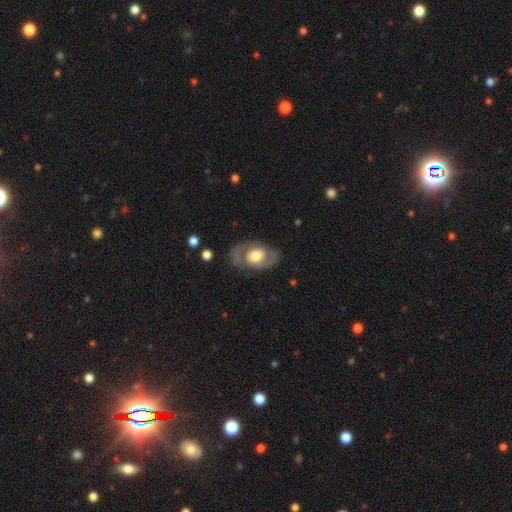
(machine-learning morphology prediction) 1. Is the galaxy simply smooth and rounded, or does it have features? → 75% featured or disk, 20% smooth, 5% star or artifact.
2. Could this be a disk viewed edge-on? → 96% no, 4% yes.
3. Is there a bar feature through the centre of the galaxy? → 65% no, 27% weak, 8% strong.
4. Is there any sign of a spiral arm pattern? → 79% yes, 21% no.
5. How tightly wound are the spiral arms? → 52% medium, 25% tight, 23% loose.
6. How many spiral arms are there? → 87% 2, 6% can't tell, 3% 1, 1% 3, 1% 4, 1% more than 4.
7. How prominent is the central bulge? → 52% moderate, 38% large, 6% small, 3% dominant, 1% none.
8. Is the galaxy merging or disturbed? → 75% none, 15% minor disturbance, 8% major disturbance, 1% merger.